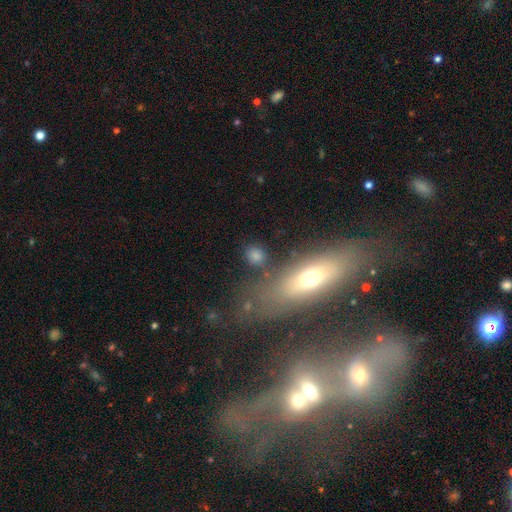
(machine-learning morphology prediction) Smooth or featured? Predicted: smooth (p=0.76). How rounded? Predicted: round (p=0.68). Merging? Predicted: none (p=0.76).